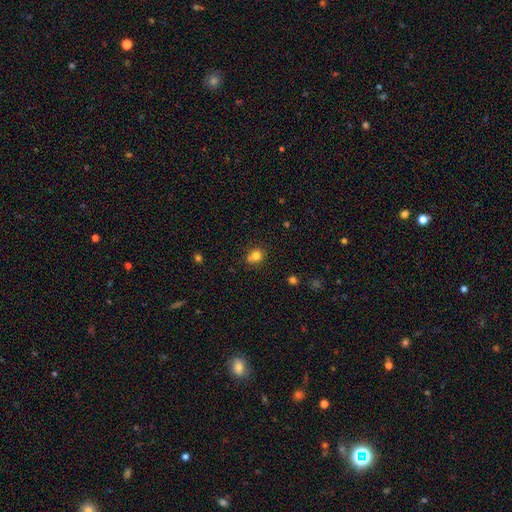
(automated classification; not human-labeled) A smooth galaxy with no disk features (79%) that is round (75%).

Vote fractions:
- Smooth or featured? smooth: 79% / star or artifact: 13% / featured or disk: 9%
- How rounded? round: 75% / in between: 24% / cigar-shaped: 1%
- Merging? none: 63% / merger: 20% / minor disturbance: 14% / major disturbance: 4%